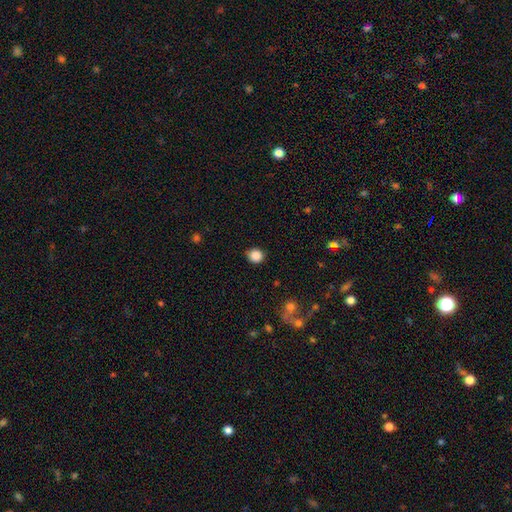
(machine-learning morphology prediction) The model was most divided on "smooth or featured": smooth: 87%, star or artifact: 10%, featured or disk: 3%. More confident: how rounded — round (88%); merging — none (87%).